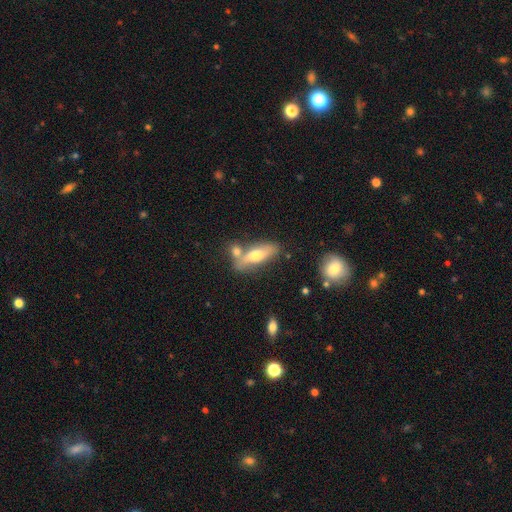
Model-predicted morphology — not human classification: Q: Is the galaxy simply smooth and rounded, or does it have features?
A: smooth — 59%.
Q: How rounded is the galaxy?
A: in between — 54%.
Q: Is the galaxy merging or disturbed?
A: none — 57%.